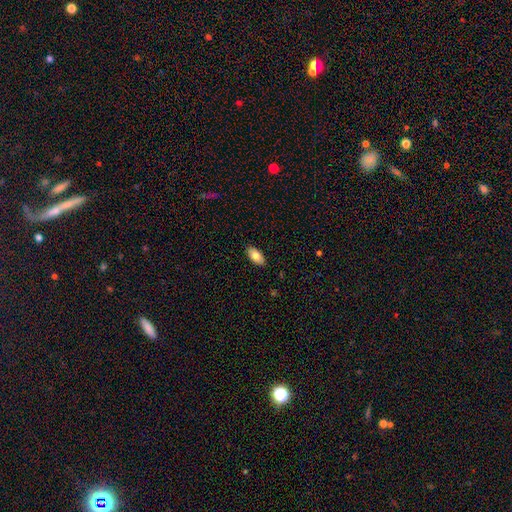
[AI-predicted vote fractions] Overall: smooth (79%). How rounded: in between (93%). Merging: none (89%).